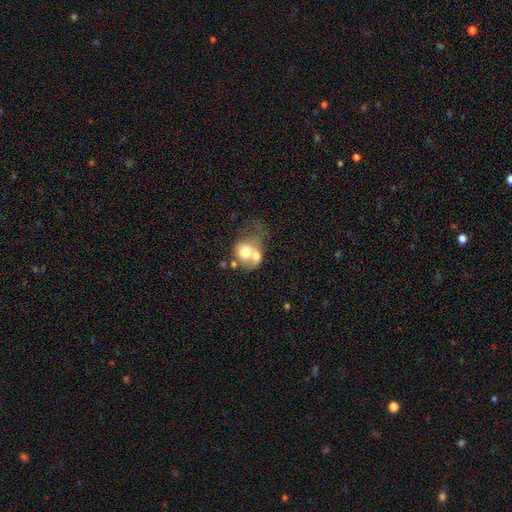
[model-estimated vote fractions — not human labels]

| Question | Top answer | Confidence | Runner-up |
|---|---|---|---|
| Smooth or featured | smooth | 61% | featured or disk (30%) |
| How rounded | round | 51% | in between (48%) |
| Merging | merger | 62% | major disturbance (15%) |